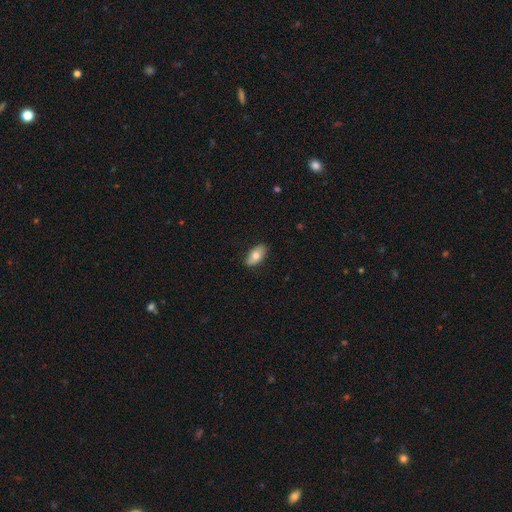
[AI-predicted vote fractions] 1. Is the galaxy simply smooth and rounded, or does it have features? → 76% smooth, 17% featured or disk, 6% star or artifact.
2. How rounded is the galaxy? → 92% in between, 5% cigar-shaped, 4% round.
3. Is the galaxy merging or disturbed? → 87% none, 10% minor disturbance, 2% major disturbance, 1% merger.